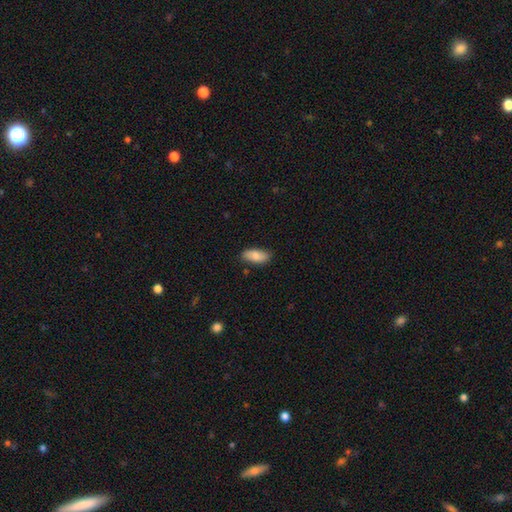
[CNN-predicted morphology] smooth_or_featured: smooth (p=0.81) [alt: featured or disk p=0.13]
how_rounded: in between (p=0.88) [alt: cigar-shaped p=0.10]
merging: none (p=0.82) [alt: minor disturbance p=0.14]